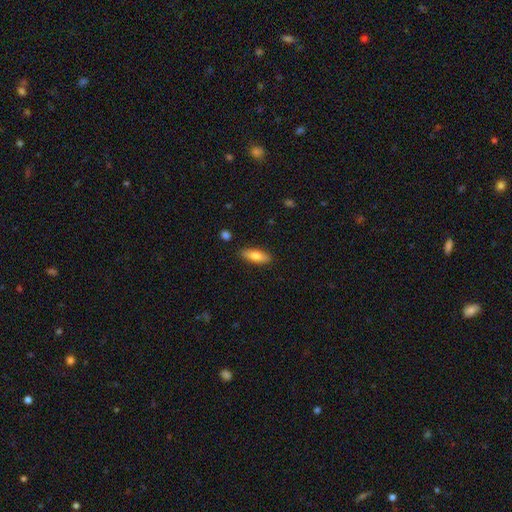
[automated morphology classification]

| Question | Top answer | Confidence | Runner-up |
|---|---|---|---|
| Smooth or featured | smooth | 75% | featured or disk (19%) |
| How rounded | in between | 61% | cigar-shaped (37%) |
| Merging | none | 87% | minor disturbance (10%) |